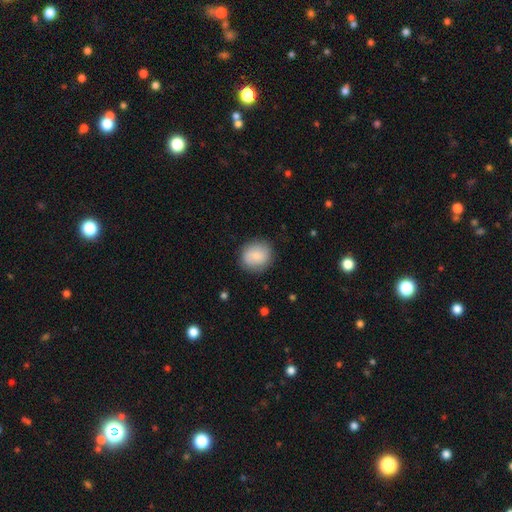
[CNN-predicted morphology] type=smooth (80%); roundness=round (81%); merging=none (85%).